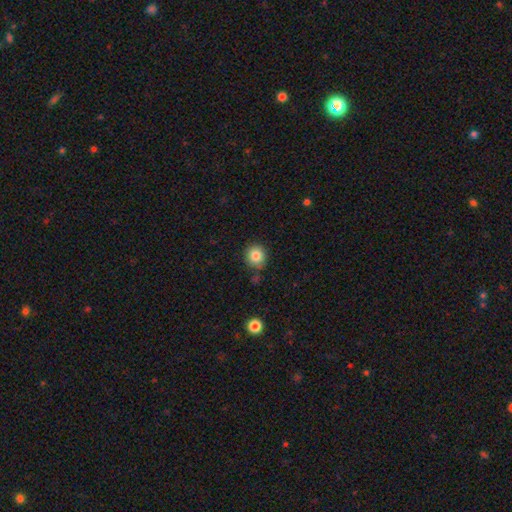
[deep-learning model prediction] Smooth or featured: smooth — 83% (star or artifact — 10%)
How rounded: round — 89% (in between — 10%)
Merging: none — 81% (minor disturbance — 11%)